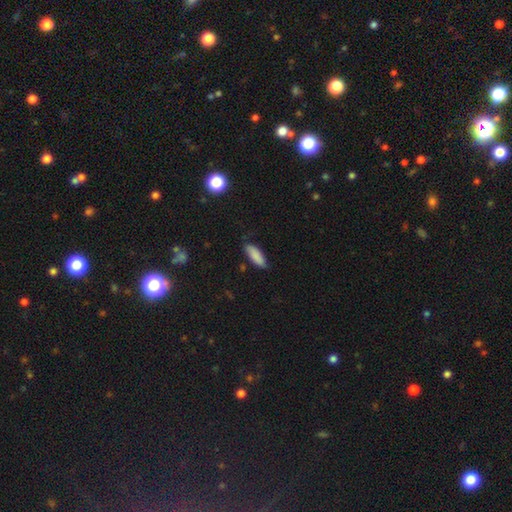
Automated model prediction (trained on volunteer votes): smooth-or-featured: smooth: 87% | featured or disk: 7% | star or artifact: 6%
  how-rounded: in between: 65% | cigar-shaped: 33% | round: 2%
  merging: none: 79% | minor disturbance: 16% | major disturbance: 3% | merger: 1%